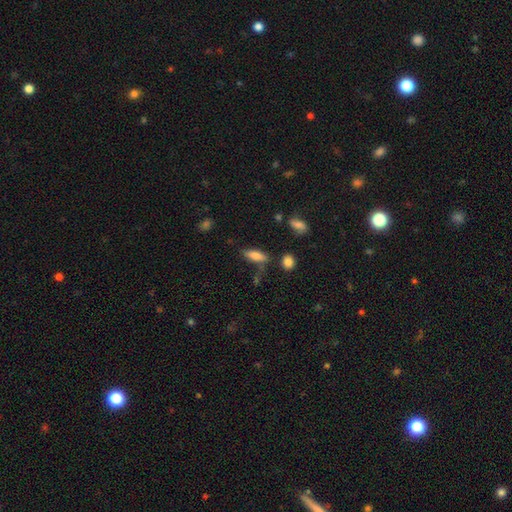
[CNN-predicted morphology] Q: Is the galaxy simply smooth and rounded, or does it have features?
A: smooth — 74%.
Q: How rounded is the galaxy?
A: in between — 57%.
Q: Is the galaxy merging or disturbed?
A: none — 64%.